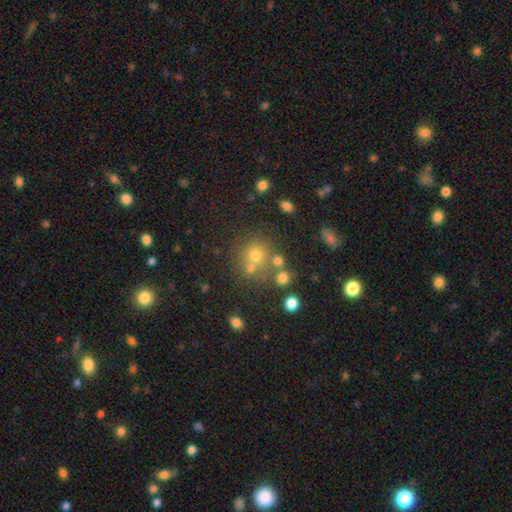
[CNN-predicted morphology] smooth_or_featured: smooth (p=0.64) [alt: star or artifact p=0.22]
how_rounded: round (p=0.87) [alt: in between p=0.12]
merging: none (p=0.60) [alt: merger p=0.25]